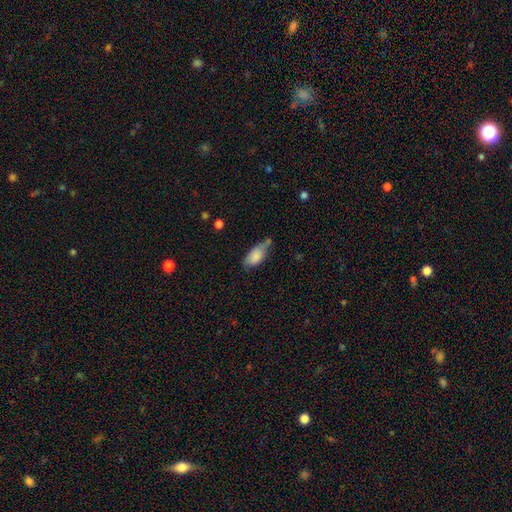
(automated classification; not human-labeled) Overall: smooth (80%). How rounded: in between (87%). Merging: none (40%; minor disturbance 38%).